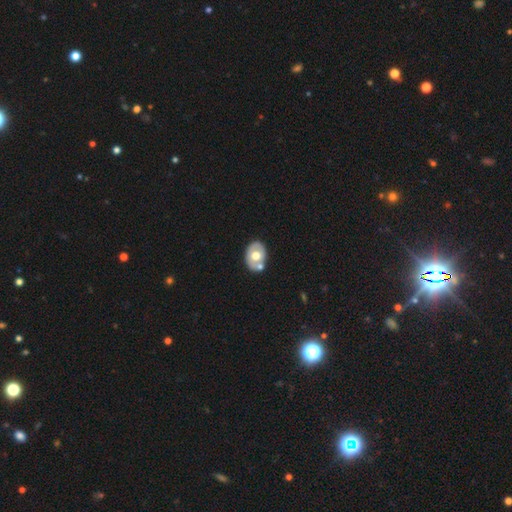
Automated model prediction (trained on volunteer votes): Morphology: type=smooth (53%); roundness=in between (72%); merging=none (57%).